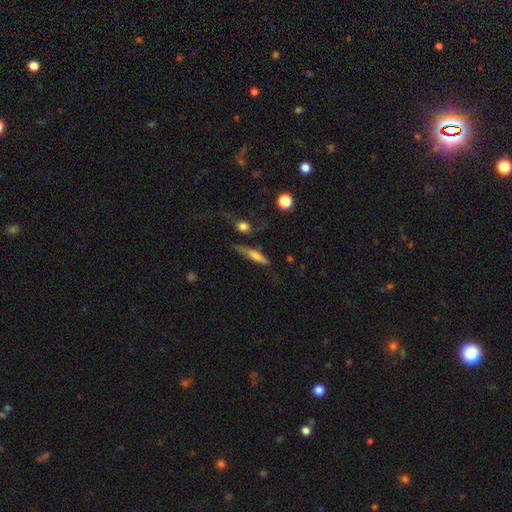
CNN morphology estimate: A smooth galaxy with no disk features (57%) that is cigar-shaped (78%).

Vote fractions:
- Smooth or featured? smooth: 57% / featured or disk: 35% / star or artifact: 8%
- How rounded? cigar-shaped: 78% / in between: 18% / round: 4%
- Merging? none: 56% / minor disturbance: 22% / major disturbance: 13% / merger: 10%